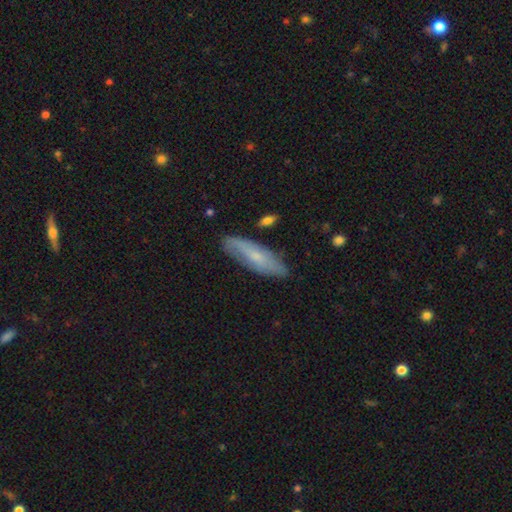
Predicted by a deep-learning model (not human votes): A smooth galaxy with no disk features (49%). Merging: none (76%).